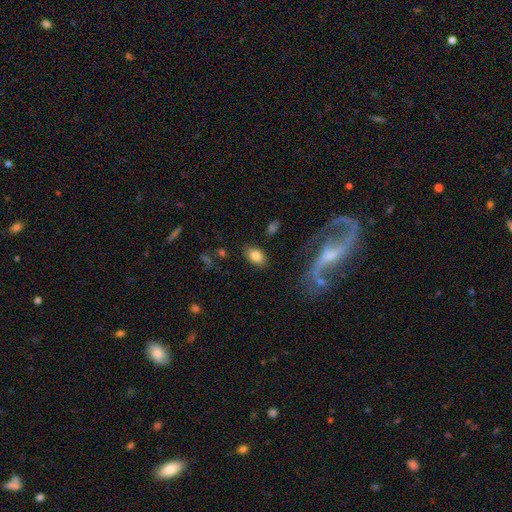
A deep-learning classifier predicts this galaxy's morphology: smooth 82%, featured or disk 10%, star or artifact 8%. Down the decision tree: how rounded — in between (88%); merging — none (83%).